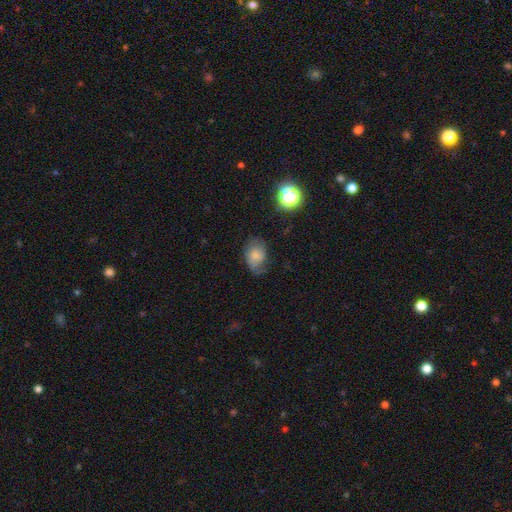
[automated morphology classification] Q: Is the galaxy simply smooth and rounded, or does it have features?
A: smooth — 66%.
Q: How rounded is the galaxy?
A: in between — 78%.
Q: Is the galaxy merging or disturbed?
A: none — 55%.